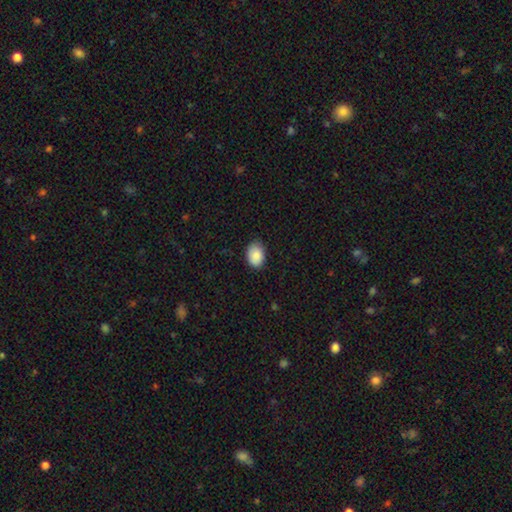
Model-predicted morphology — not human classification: smooth 88%, star or artifact 7%, featured or disk 5%. Down the decision tree: how rounded — in between (80%); merging — none (79%).